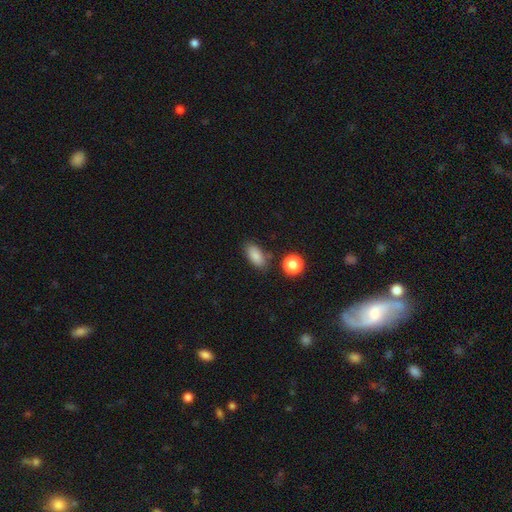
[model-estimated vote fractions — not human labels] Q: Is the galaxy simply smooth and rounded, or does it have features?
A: smooth — 85%.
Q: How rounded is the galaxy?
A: in between — 88%.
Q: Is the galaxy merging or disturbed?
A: none — 76%.